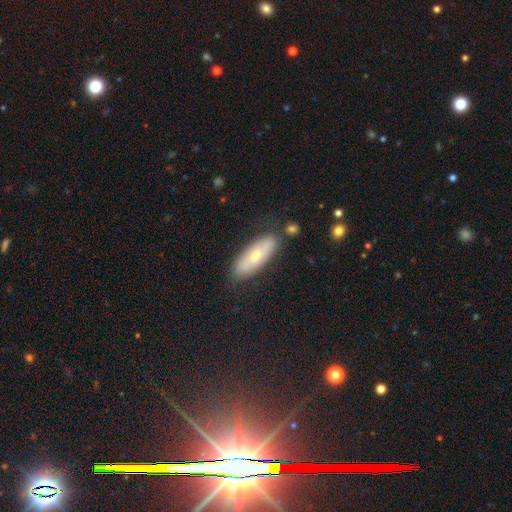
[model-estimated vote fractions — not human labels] This appears to be a smooth galaxy with no disk features (58%) that is in between round and cigar-shaped (66%). Merging: none (80%).